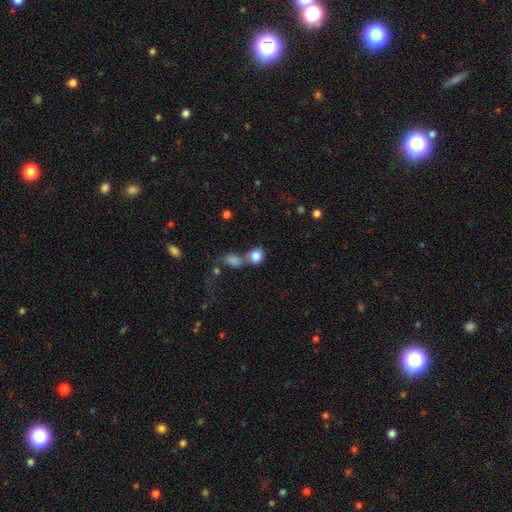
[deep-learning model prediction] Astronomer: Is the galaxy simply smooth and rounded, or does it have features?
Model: smooth — 83%.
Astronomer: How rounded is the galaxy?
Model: round — 69%.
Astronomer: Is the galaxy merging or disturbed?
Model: merger — 45% (runner-up: none, 39%).